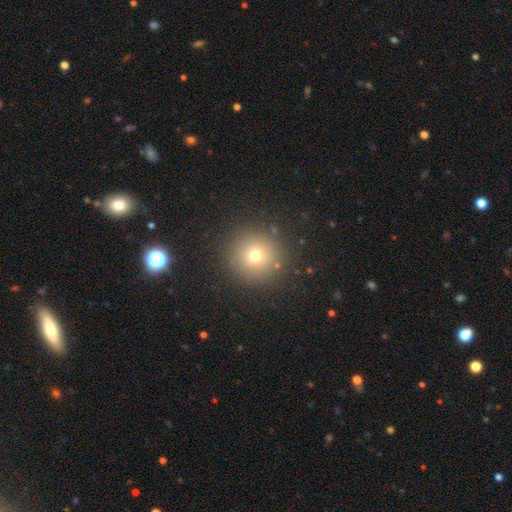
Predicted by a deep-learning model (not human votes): Smooth or featured? smooth (70%)
How rounded? round (95%)
Merging? none (89%)